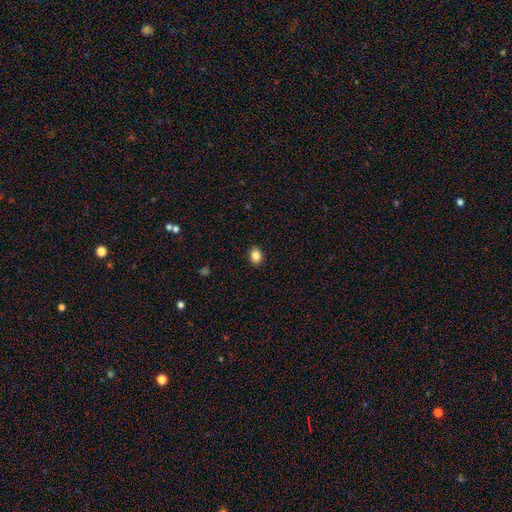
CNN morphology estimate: type=smooth (86%); roundness=in between (60%); merging=none (90%).